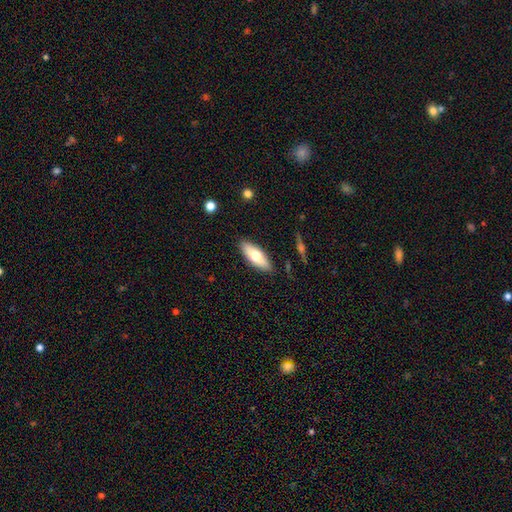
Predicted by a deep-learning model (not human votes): smooth 68%, featured or disk 26%, star or artifact 6%. Down the decision tree: how rounded — in between (72%); merging — none (87%).